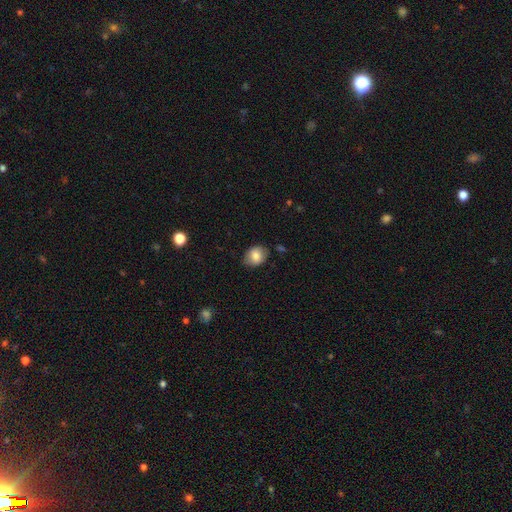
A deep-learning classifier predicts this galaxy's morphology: This is clearly a smooth galaxy (81%). How rounded: possibly in between (60%). Merging: likely none (78%).